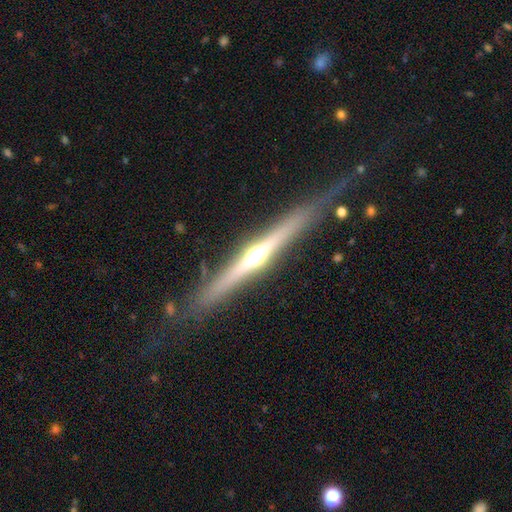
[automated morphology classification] Overall: featured or disk (73%). Edge-on disk: yes (96%). Edge-on bulge: rounded (94%). Merging: none (88%).